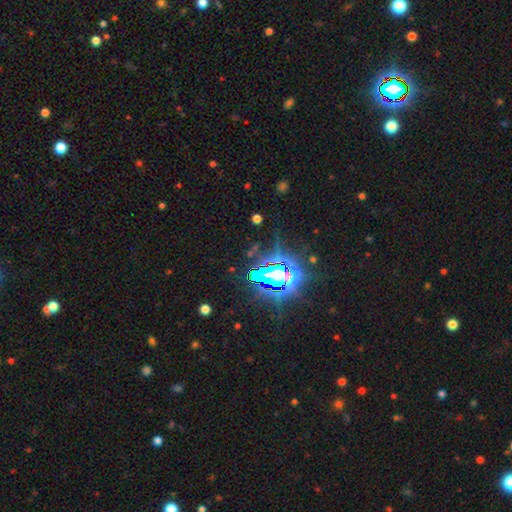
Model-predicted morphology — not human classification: smooth-or-featured: star or artifact: 83% | smooth: 10% | featured or disk: 8%